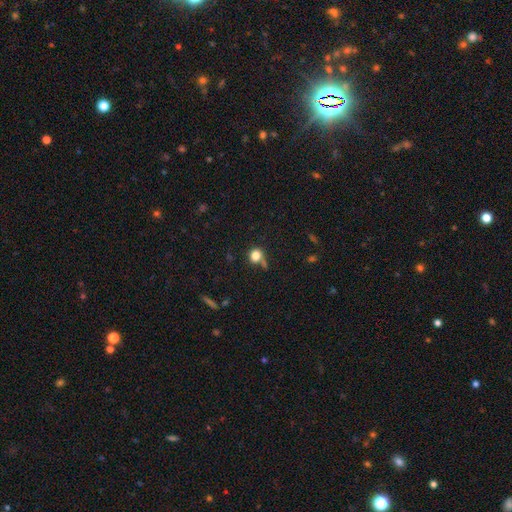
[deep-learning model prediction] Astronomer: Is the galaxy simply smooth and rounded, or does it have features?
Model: smooth — 80%.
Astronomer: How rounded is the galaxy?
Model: round — 85%.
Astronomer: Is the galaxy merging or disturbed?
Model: none — 61%.